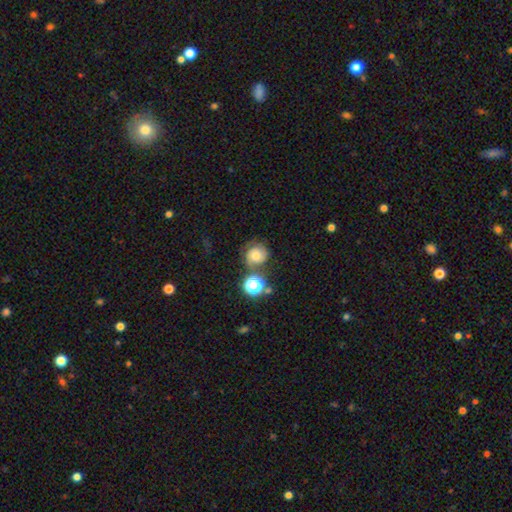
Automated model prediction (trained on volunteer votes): A smooth galaxy with no disk features (43%). Merging: none (60%).